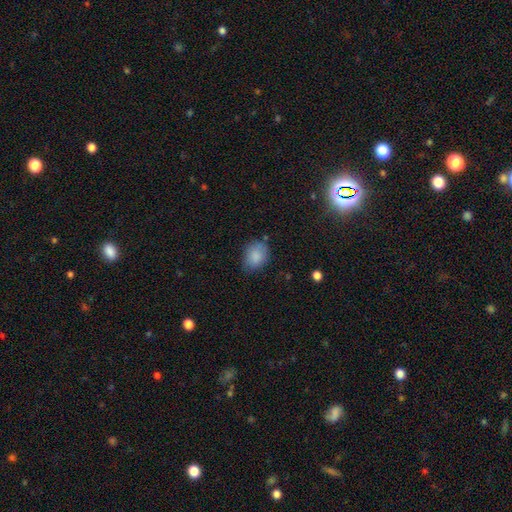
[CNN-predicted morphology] type=smooth (86%); roundness=in between (57%); merging=none (68%).